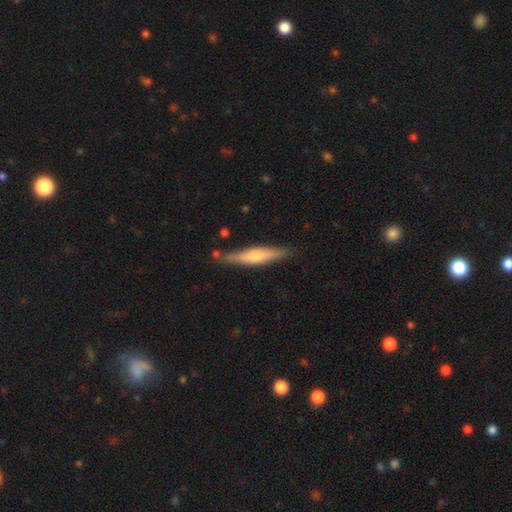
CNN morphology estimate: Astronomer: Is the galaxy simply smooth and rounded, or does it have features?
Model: featured or disk — 53% (runner-up: smooth, 41%).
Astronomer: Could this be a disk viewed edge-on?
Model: yes — 92%.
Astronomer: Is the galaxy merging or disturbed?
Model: none — 82%.